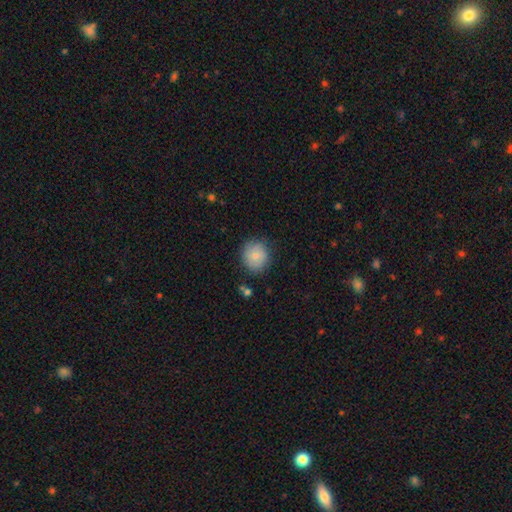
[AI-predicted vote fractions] Smooth or featured: smooth — 76% (featured or disk — 16%)
How rounded: round — 87% (in between — 12%)
Merging: none — 82% (minor disturbance — 13%)